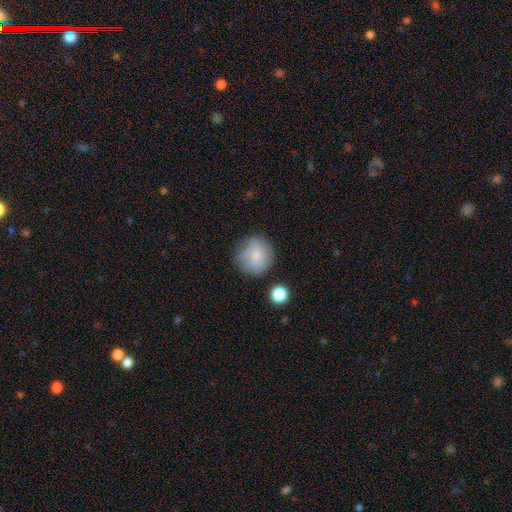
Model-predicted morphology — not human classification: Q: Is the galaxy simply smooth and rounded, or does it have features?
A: smooth — 73%.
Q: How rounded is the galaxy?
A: round — 88%.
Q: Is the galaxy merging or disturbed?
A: none — 66%.